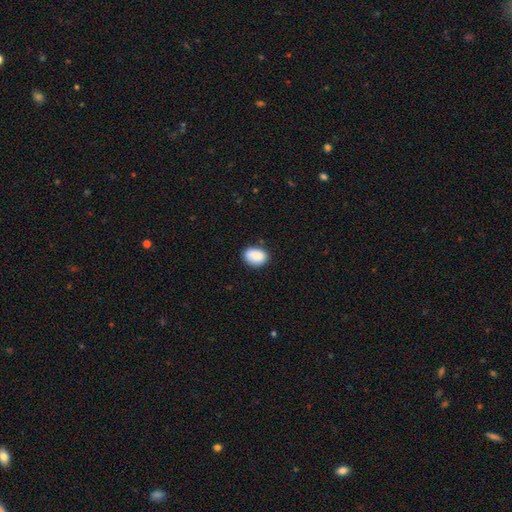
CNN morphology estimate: This appears to be a smooth galaxy with no disk features (88%) that is in between round and cigar-shaped (76%). Merging: none (77%).